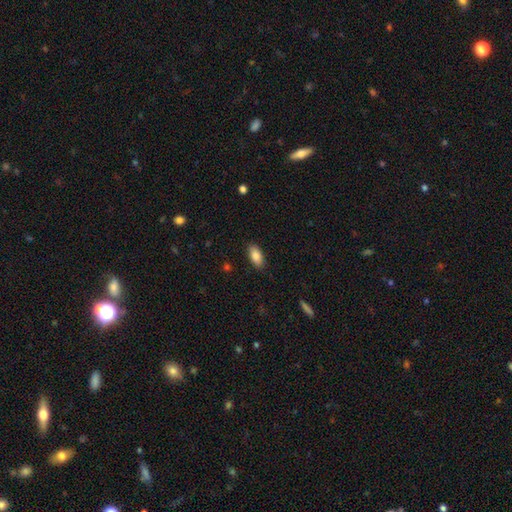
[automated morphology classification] A smooth galaxy with no disk features (86%) that is in between round and cigar-shaped (91%).

Vote fractions:
- Smooth or featured? smooth: 86% / featured or disk: 7% / star or artifact: 7%
- How rounded? in between: 91% / cigar-shaped: 6% / round: 3%
- Merging? none: 88% / minor disturbance: 9% / major disturbance: 2% / merger: 1%